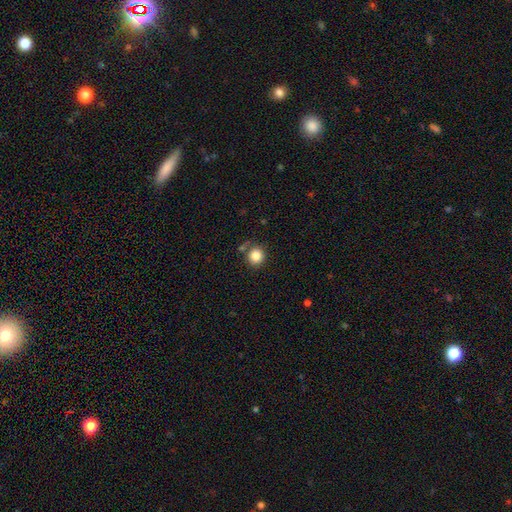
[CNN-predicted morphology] A smooth galaxy with no disk features (83%) that is round (90%). Merging: none (77%).